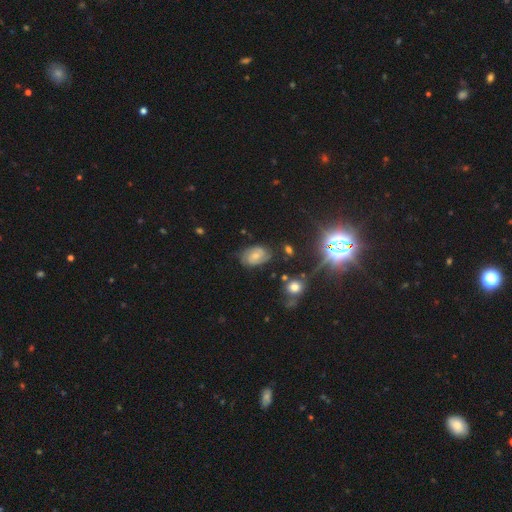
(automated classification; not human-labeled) Overall: featured or disk (58%; smooth 30%). Edge-on disk: no (96%). Bar: no (53%; weak 39%). Spiral arms: yes (87%). Bulge size: small (53%; moderate 37%). Merging: none (72%).